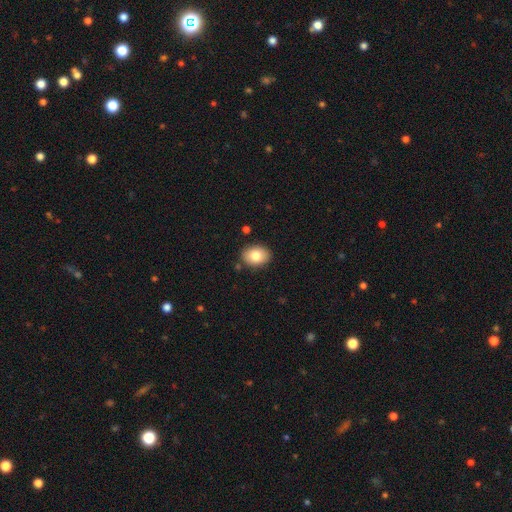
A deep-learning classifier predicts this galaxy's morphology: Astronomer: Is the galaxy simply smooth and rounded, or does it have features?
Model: smooth — 80%.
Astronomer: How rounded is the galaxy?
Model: in between — 68%.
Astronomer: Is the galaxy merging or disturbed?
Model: none — 86%.